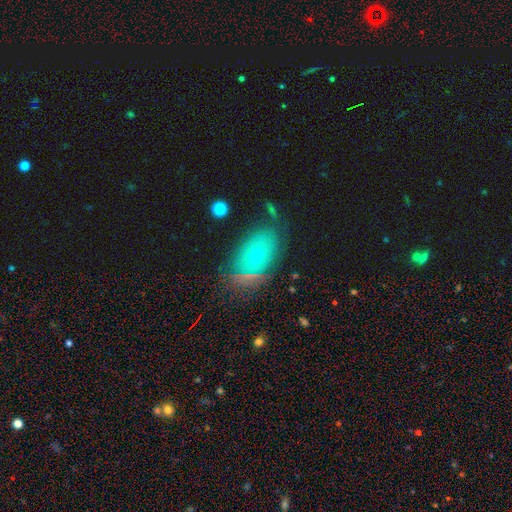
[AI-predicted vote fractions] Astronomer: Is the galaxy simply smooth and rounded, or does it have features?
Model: smooth — 52% (runner-up: featured or disk, 34%).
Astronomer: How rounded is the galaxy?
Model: in between — 86%.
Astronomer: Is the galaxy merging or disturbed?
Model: none — 68%.